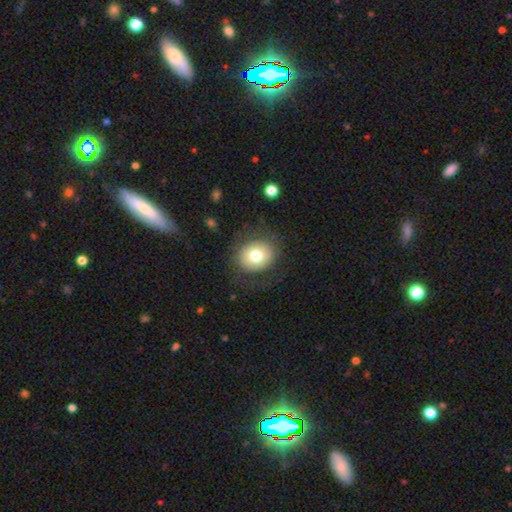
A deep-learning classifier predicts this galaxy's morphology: Smooth or featured?
  - smooth: 73% *
  - featured or disk: 18%
  - star or artifact: 10%
How rounded?
  - round: 74% *
  - in between: 25%
  - cigar-shaped: 1%
Merging?
  - none: 79% *
  - minor disturbance: 11%
  - major disturbance: 8%
  - merger: 1%